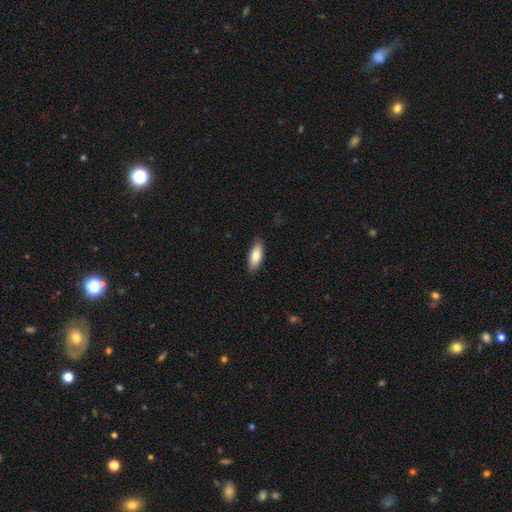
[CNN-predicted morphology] A smooth galaxy with no disk features (80%) that is in between round and cigar-shaped (72%). Merging: none (87%).